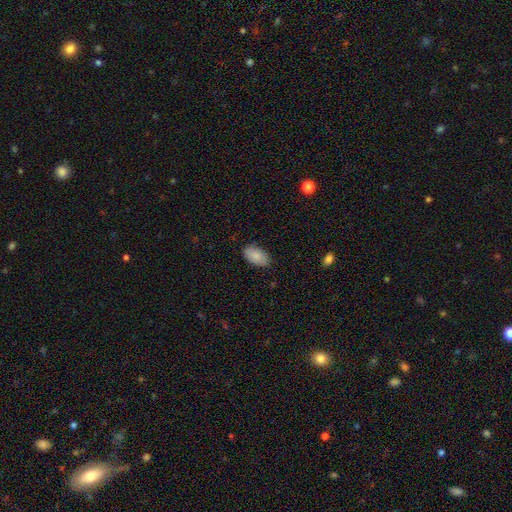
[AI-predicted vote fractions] Smooth or featured? smooth (87%)
How rounded? in between (94%)
Merging? none (83%)